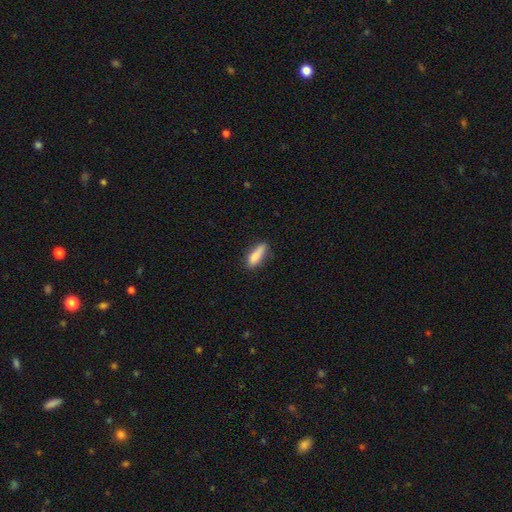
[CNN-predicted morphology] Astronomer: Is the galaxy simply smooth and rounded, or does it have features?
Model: smooth — 84%.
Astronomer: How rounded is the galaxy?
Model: cigar-shaped — 52% (runner-up: in between, 45%).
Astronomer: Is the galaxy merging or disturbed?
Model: none — 71%.